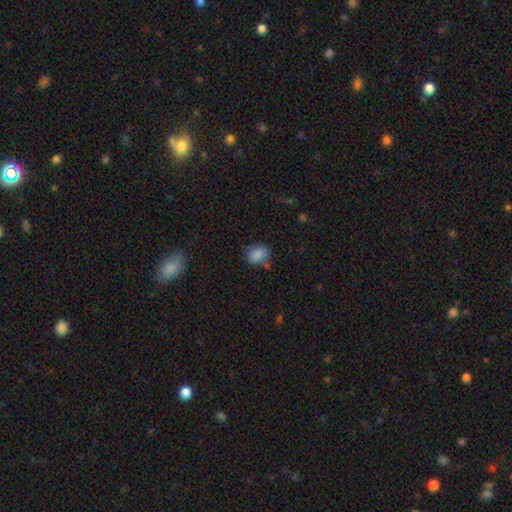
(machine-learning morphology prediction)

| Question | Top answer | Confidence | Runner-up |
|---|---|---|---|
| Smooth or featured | smooth | 83% | star or artifact (10%) |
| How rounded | round | 50% | in between (49%) |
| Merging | none | 62% | minor disturbance (23%) |